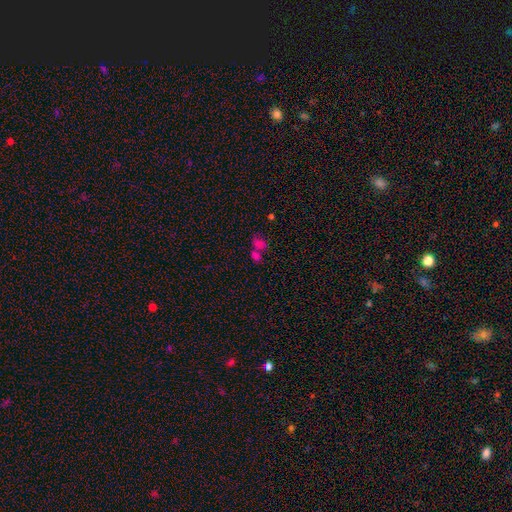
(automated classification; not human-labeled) This appears to be a smooth galaxy with no disk features (66%) that is in between round and cigar-shaped (65%). Merging: merger (53%).